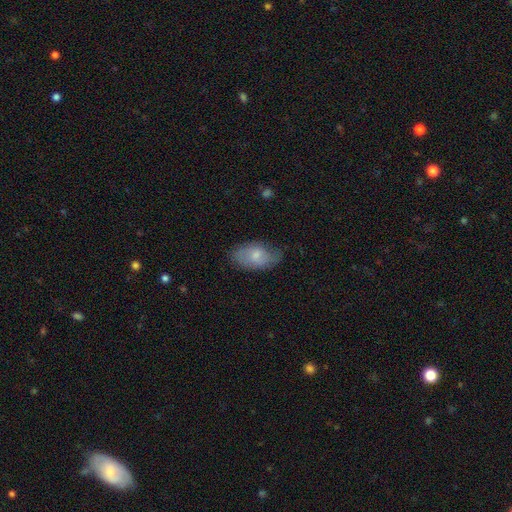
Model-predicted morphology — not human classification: type=smooth (56%); roundness=in between (92%); merging=none (68%).